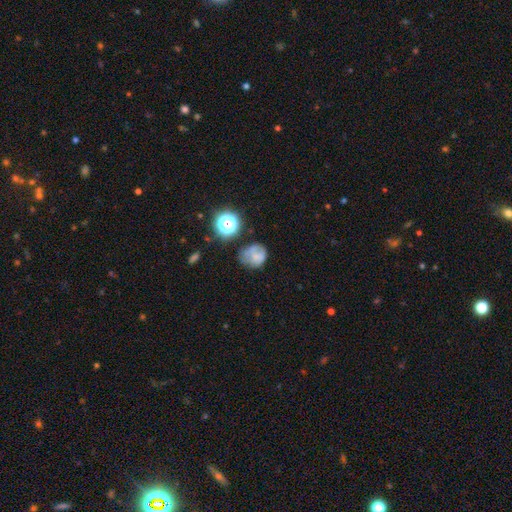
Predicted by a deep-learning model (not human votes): Q: Smooth or featured?
A: smooth (57%); runner-up: featured or disk (26%)
Q: How rounded?
A: round (69%); runner-up: in between (30%)
Q: Merging?
A: none (45%); runner-up: minor disturbance (28%)